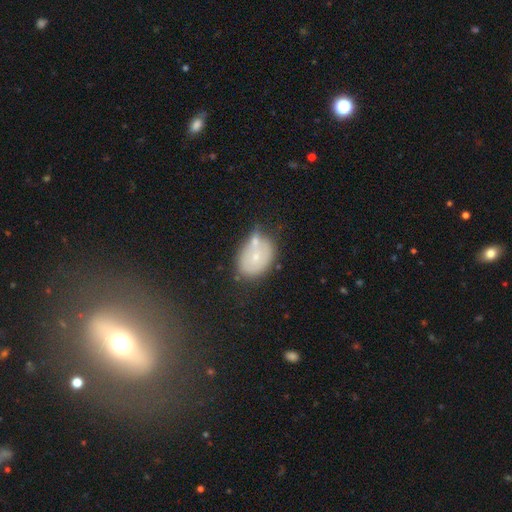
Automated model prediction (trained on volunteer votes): Smooth or featured: smooth — 53% (featured or disk — 37%)
How rounded: in between — 71% (round — 27%)
Merging: none — 36% (merger — 33%)